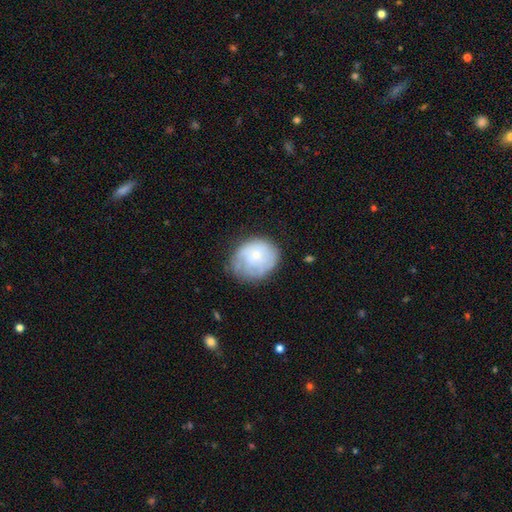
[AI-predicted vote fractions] A smooth galaxy with no disk features (48%). Merging: none (57%).